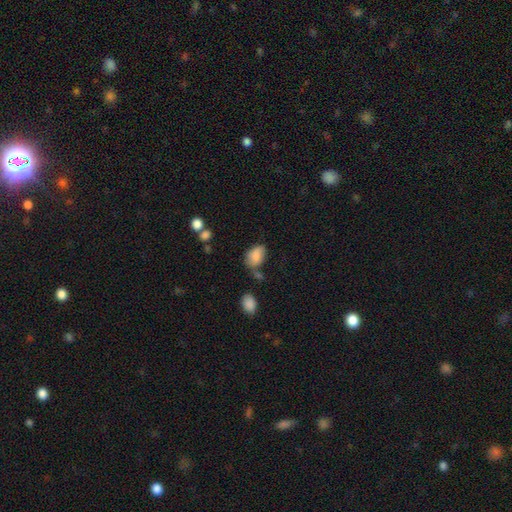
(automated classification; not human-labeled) The model was most divided on "merging": none: 46%, minor disturbance: 31%, merger: 13%, major disturbance: 11%. More confident: how rounded — in between (82%); smooth or featured — smooth (81%).